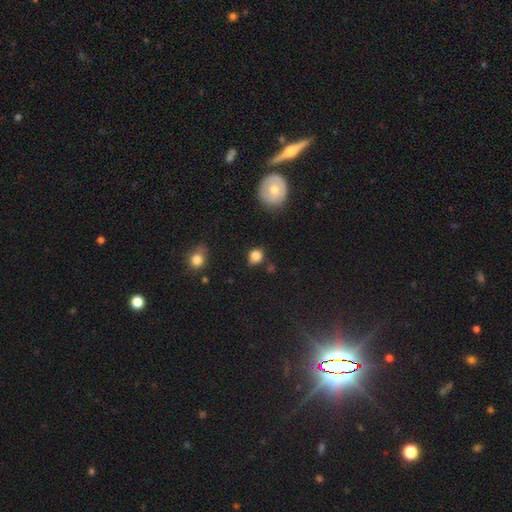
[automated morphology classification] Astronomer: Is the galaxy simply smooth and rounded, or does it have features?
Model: smooth — 82%.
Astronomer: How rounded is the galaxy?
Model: round — 63%.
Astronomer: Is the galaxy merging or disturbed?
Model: none — 69%.